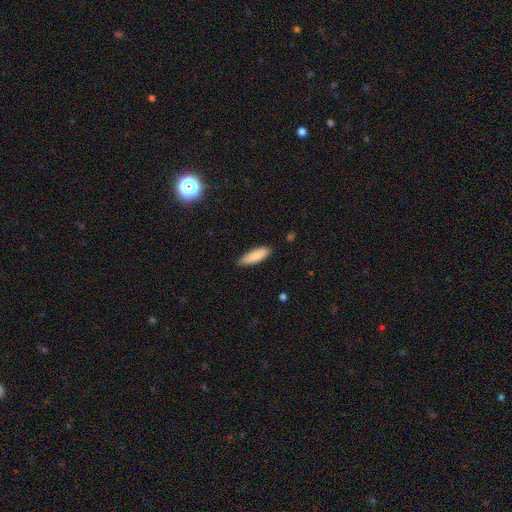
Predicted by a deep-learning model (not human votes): Overall: smooth (88%). How rounded: in between (52%; cigar-shaped 46%). Merging: none (85%).